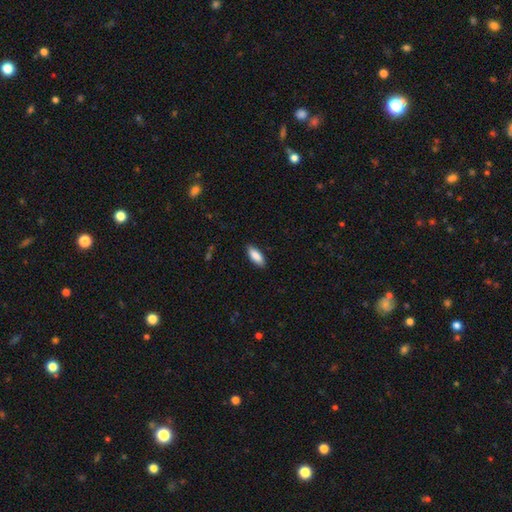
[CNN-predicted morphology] smooth_or_featured: smooth (p=0.87) [alt: featured or disk p=0.07]
how_rounded: in between (p=0.78) [alt: cigar-shaped p=0.20]
merging: none (p=0.88) [alt: minor disturbance p=0.09]